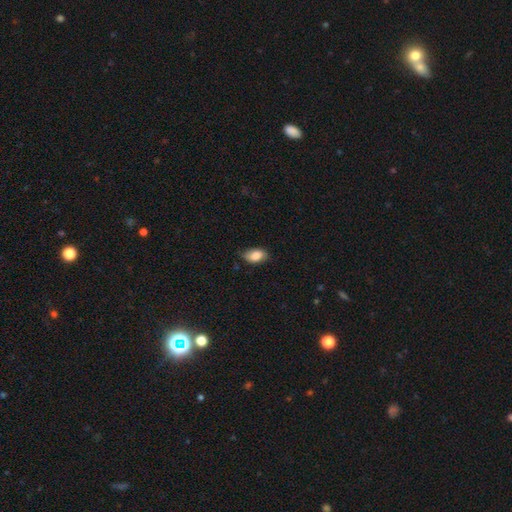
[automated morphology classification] This is clearly a smooth galaxy (81%). How rounded: clearly in between (91%). Merging: likely none (76%).